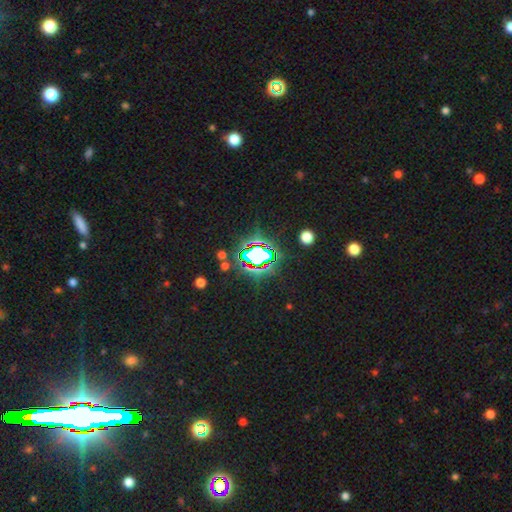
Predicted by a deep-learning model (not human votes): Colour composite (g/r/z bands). It shows a star or artifact, not a galaxy (69%).